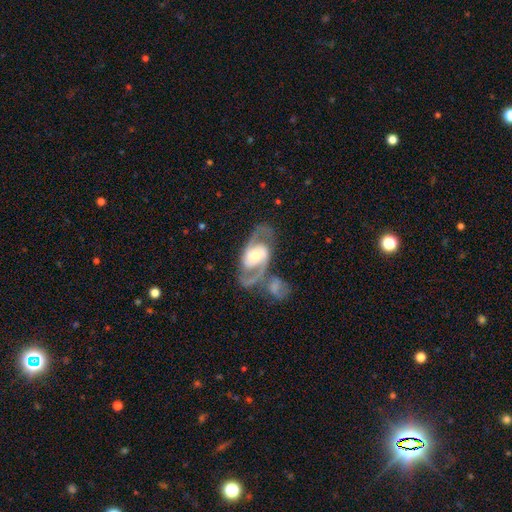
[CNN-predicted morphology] This is clearly a featured or disk galaxy (87%). It is clearly not viewed edge-on (96%). Bar: marginally weak (38%). Spiral arm pattern: clearly yes (95%). Spiral arm count: clearly 2 (90%). Spiral winding: possibly medium (56%). Central bulge: possibly moderate (60%). Merging: possibly none (51%).